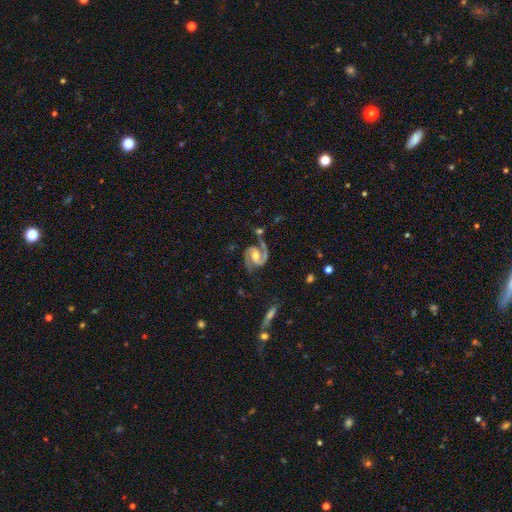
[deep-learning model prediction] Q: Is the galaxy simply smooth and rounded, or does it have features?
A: featured or disk — 92%.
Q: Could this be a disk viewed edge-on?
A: no — 98%.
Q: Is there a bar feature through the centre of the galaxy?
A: weak — 43%.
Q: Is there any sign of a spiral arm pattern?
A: yes — 98%.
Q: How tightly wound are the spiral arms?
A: medium — 60%.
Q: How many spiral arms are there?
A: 2 — 93%.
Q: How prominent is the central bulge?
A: moderate — 68%.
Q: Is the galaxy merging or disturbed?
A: none — 71%.